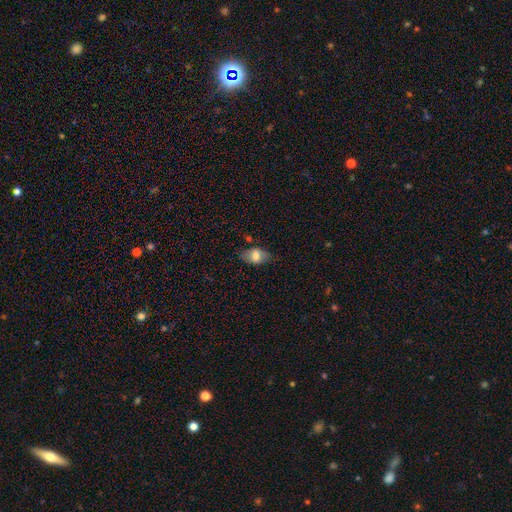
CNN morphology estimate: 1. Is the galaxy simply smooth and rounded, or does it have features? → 67% smooth, 25% featured or disk, 8% star or artifact.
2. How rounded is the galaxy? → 89% in between, 8% round, 3% cigar-shaped.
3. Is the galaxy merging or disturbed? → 78% none, 16% minor disturbance, 4% major disturbance, 2% merger.